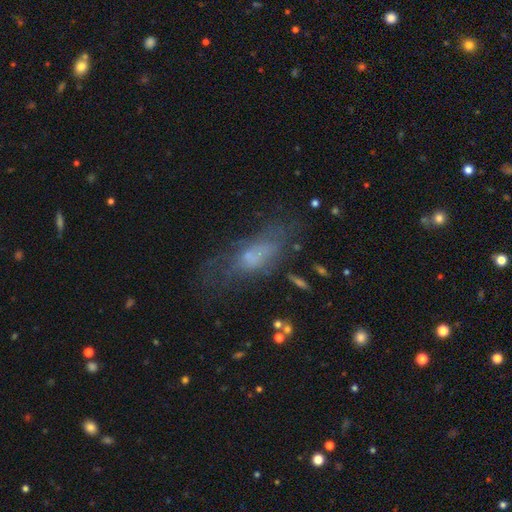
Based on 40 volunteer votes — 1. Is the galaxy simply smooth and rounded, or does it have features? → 57% featured or disk, 38% smooth, 5% star or artifact.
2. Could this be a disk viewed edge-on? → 87% no, 13% yes.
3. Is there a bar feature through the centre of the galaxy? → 90% no, 10% weak, 0% strong.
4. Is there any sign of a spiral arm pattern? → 80% no, 20% yes.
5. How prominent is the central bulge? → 35% small (tied), 35% none (tied), 30% moderate, 0% dominant, 0% large.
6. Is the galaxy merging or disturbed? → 39% major disturbance, 34% minor disturbance, 24% none, 3% merger.